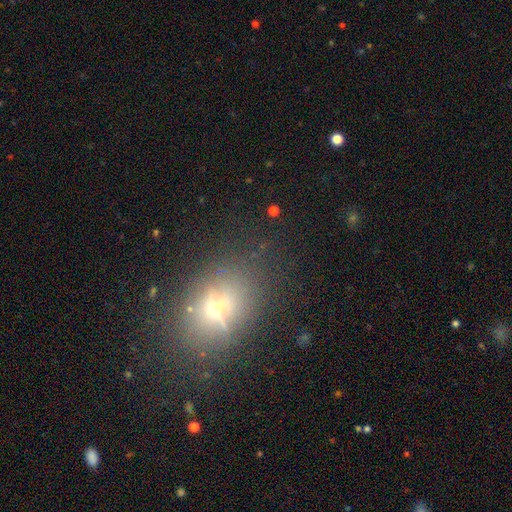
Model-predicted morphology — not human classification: This appears to be a smooth galaxy with no disk features (58%) that is in between round and cigar-shaped (62%). Merging: none (82%).